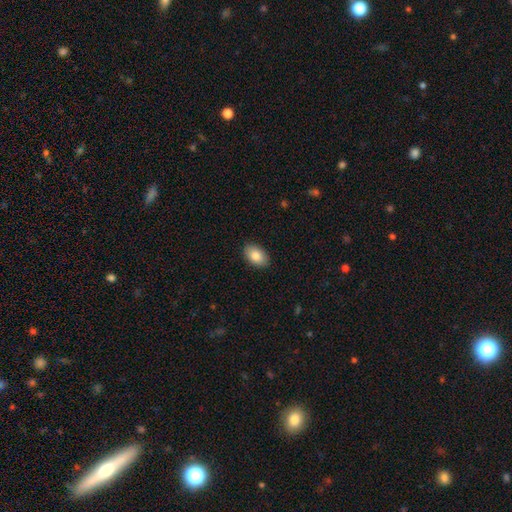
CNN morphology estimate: Q: Smooth or featured?
A: smooth (85%); runner-up: featured or disk (8%)
Q: How rounded?
A: in between (91%); runner-up: round (8%)
Q: Merging?
A: none (89%); runner-up: minor disturbance (8%)